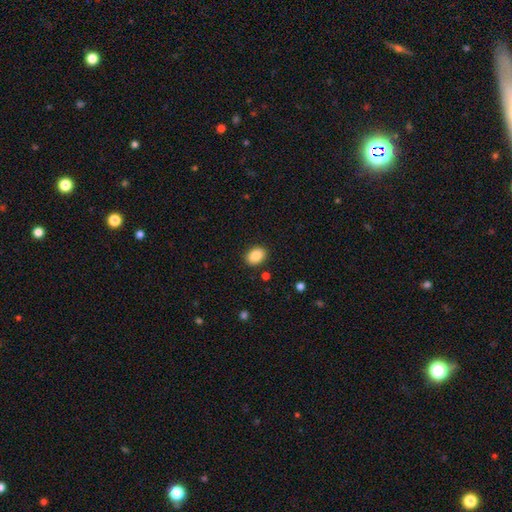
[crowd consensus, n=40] Smooth or featured? smooth (85%)
How rounded? in between (85%)
Merging? none (97%)